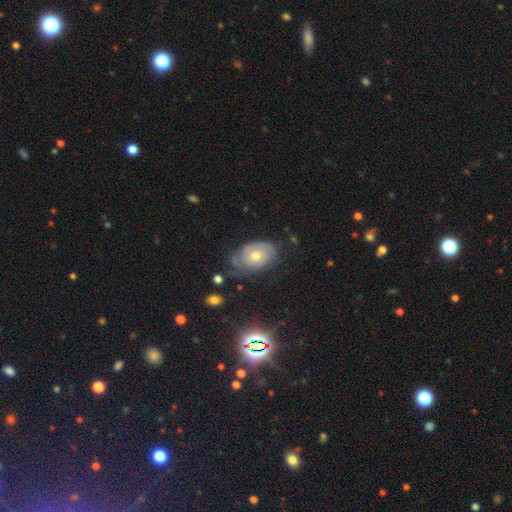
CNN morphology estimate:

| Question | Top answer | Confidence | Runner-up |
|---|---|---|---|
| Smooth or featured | featured or disk | 59% | smooth (31%) |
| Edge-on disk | no | 94% | yes (6%) |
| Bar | no | 81% | weak (16%) |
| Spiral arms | yes | 76% | no (24%) |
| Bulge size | moderate | 63% | small (30%) |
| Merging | none | 55% | minor disturbance (30%) |